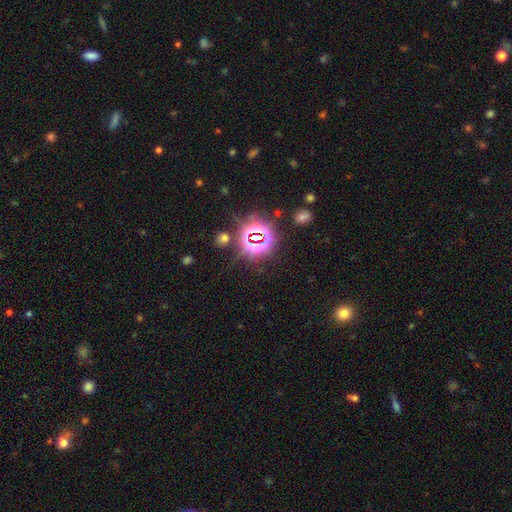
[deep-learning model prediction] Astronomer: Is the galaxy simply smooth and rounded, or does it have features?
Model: star or artifact — 79%.